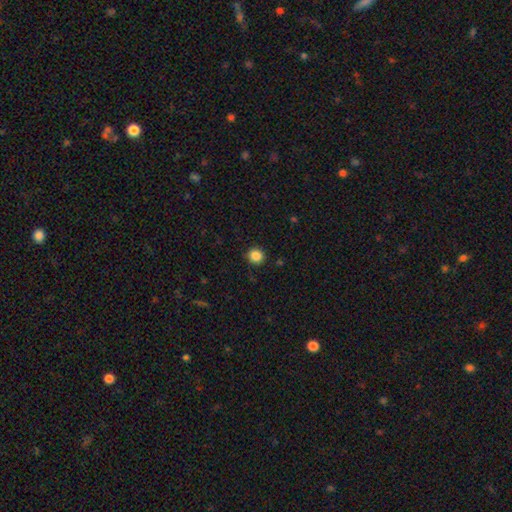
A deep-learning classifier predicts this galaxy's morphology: type=smooth (86%); roundness=round (91%); merging=none (91%).